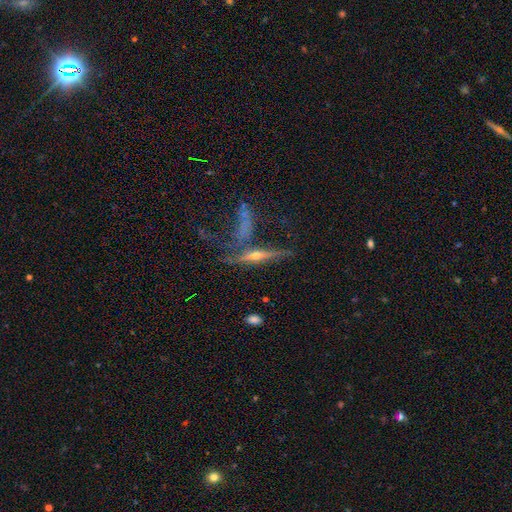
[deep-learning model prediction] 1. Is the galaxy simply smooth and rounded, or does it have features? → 69% featured or disk, 19% smooth, 12% star or artifact.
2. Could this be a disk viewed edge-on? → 85% yes, 15% no.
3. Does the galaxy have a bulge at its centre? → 87% rounded, 8% none, 5% boxy.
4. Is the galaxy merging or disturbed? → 48% none, 18% major disturbance, 18% minor disturbance, 16% merger.